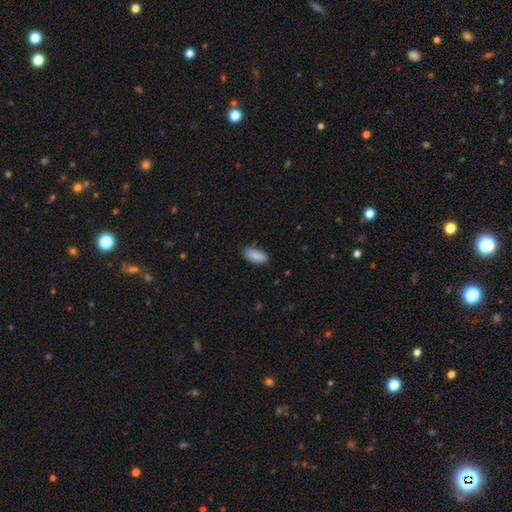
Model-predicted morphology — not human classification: smooth 89%, star or artifact 6%, featured or disk 5%. Down the decision tree: how rounded — in between (87%); merging — none (83%).